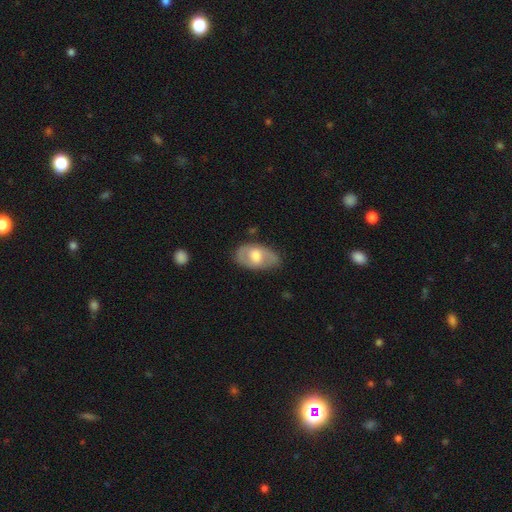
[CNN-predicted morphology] This appears to be a featured or disk galaxy (52%). Merging: none (67%).